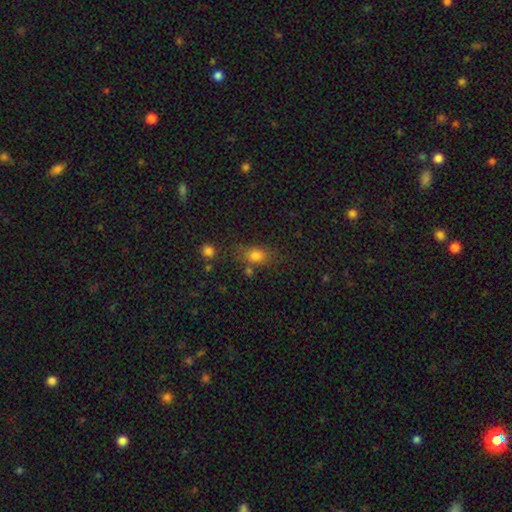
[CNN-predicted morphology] Overall: smooth (79%). How rounded: in between (70%). Merging: none (66%).